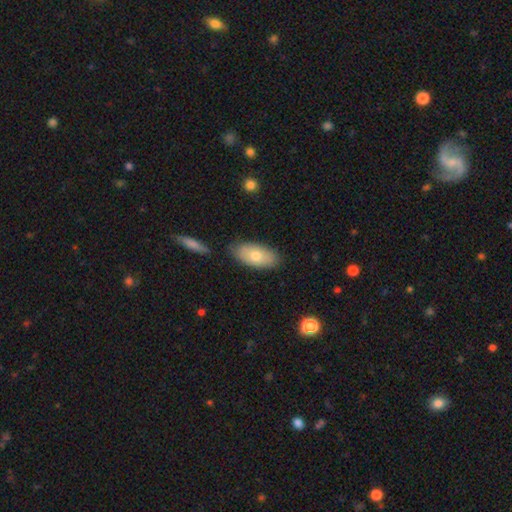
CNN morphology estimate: Overall: smooth (72%). How rounded: in between (91%). Merging: none (81%).